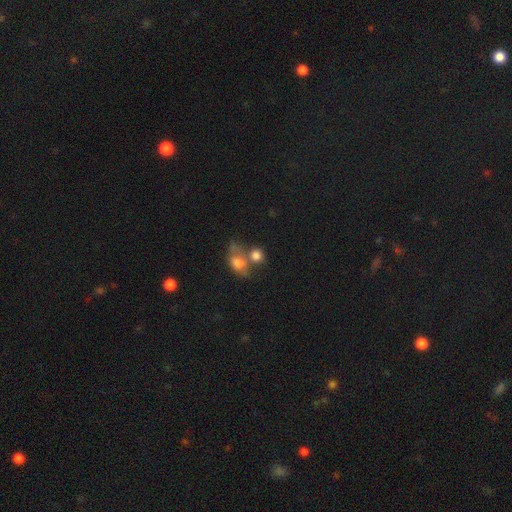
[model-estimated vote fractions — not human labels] Smooth or featured? Predicted: smooth (p=0.79). How rounded? Predicted: round (p=0.71). Merging? Predicted: merger (p=0.44).